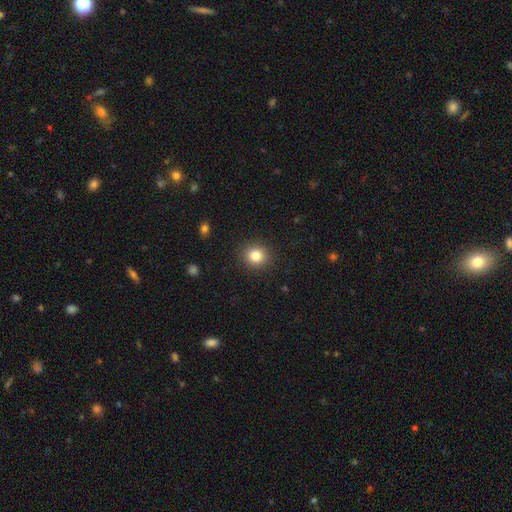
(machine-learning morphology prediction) This is clearly a smooth galaxy (83%). How rounded: clearly round (85%). Merging: clearly none (90%).